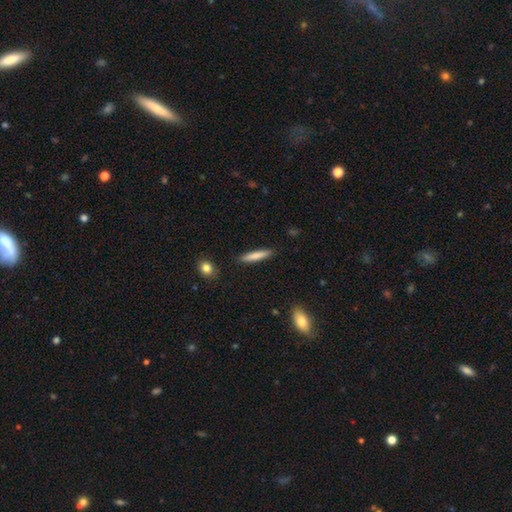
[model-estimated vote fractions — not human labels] A smooth galaxy with no disk features (77%) that is cigar-shaped (90%). Merging: none (90%).